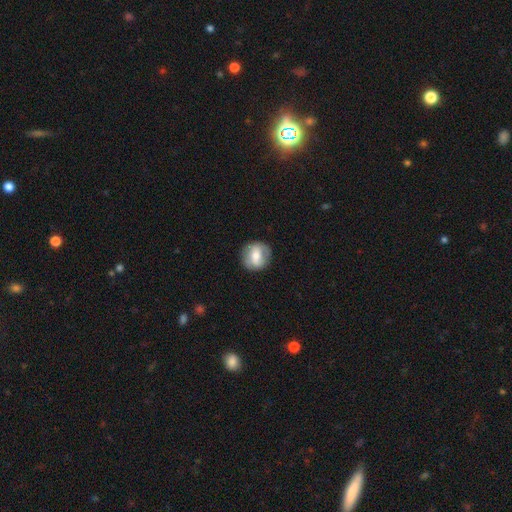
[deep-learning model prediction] smooth-or-featured: featured or disk: 47% | smooth: 46% | star or artifact: 7%
  merging: none: 82% | minor disturbance: 12% | major disturbance: 4% | merger: 1%